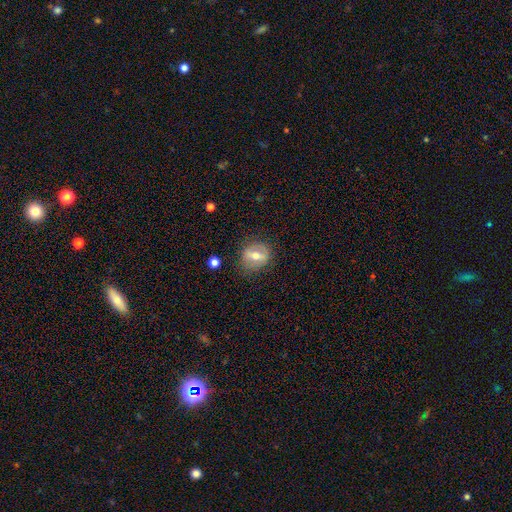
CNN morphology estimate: This is possibly a featured or disk galaxy (49%). Merging: likely none (75%).